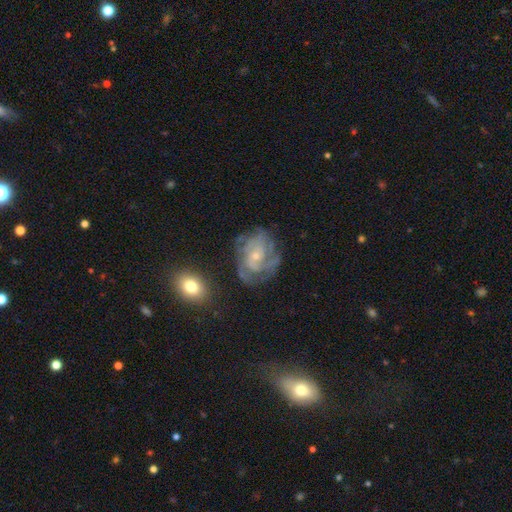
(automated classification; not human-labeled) This is clearly a featured or disk galaxy (83%). It is clearly not viewed edge-on (98%). Bar: likely no (69%). Spiral arm pattern: clearly yes (94%). Spiral arm count: marginally 3 (29%, tied with can't tell). Spiral winding: possibly tight (56%). Central bulge: likely small (72%). Merging: likely none (64%).